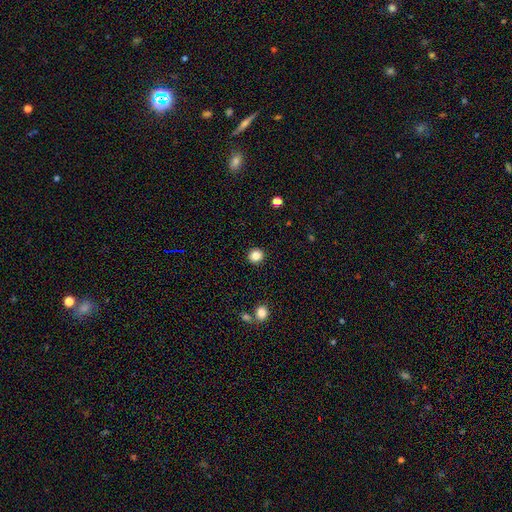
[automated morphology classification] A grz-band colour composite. It shows a smooth galaxy with no disk features (84%) that is round (90%). Merging: none (92%).